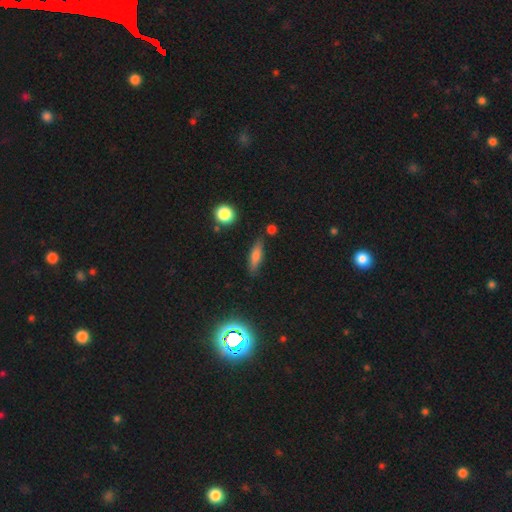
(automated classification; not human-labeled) Overall: smooth (67%). How rounded: cigar-shaped (57%; in between 39%). Merging: none (79%).